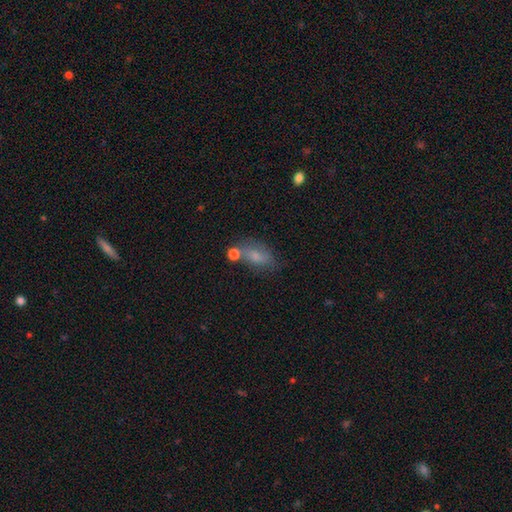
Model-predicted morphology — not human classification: Smooth or featured? smooth (70%)
How rounded? in between (82%)
Merging? none (53%)